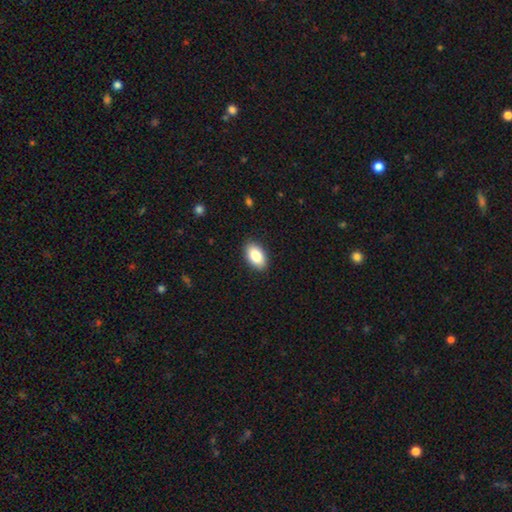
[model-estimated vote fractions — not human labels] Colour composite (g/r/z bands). It shows a smooth galaxy with no disk features (86%) that is in between round and cigar-shaped (94%). Merging: none (89%).